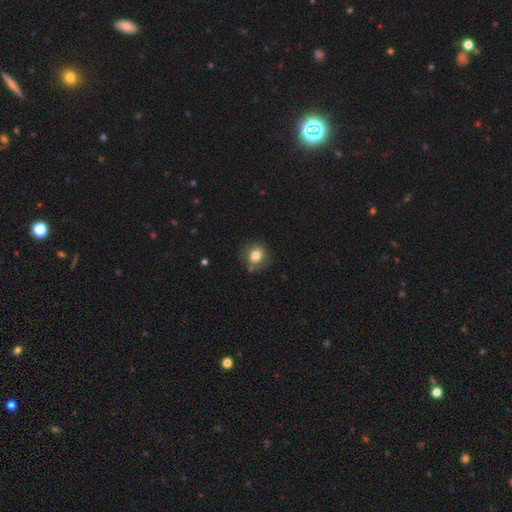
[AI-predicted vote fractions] Q: Smooth or featured?
A: smooth (73%); runner-up: featured or disk (18%)
Q: How rounded?
A: round (75%); runner-up: in between (24%)
Q: Merging?
A: none (73%); runner-up: minor disturbance (18%)